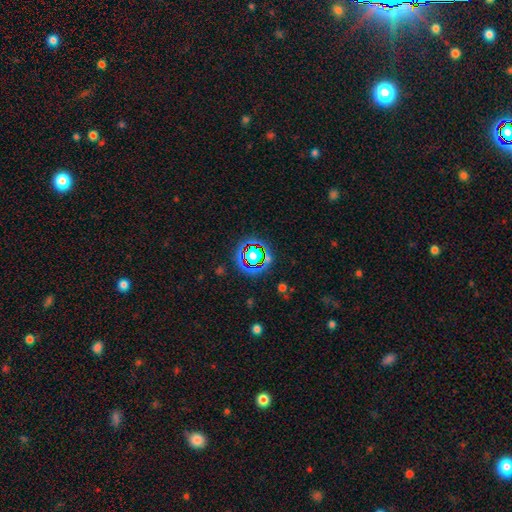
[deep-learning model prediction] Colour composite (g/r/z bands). It shows a star or artifact, not a galaxy (69%).